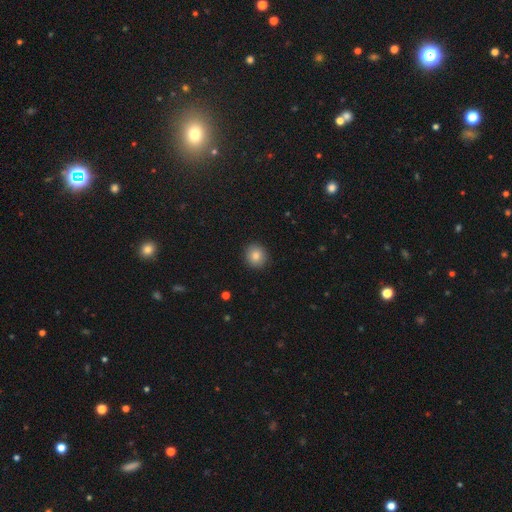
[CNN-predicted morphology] smooth_or_featured: smooth (p=0.83) [alt: star or artifact p=0.10]
how_rounded: round (p=0.90) [alt: in between p=0.09]
merging: none (p=0.92) [alt: minor disturbance p=0.06]